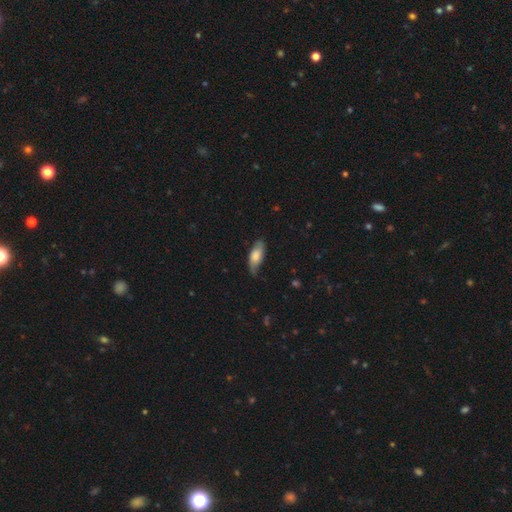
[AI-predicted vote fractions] Smooth or featured: smooth — 66% (featured or disk — 28%)
How rounded: in between — 77% (cigar-shaped — 20%)
Merging: none — 68% (minor disturbance — 26%)